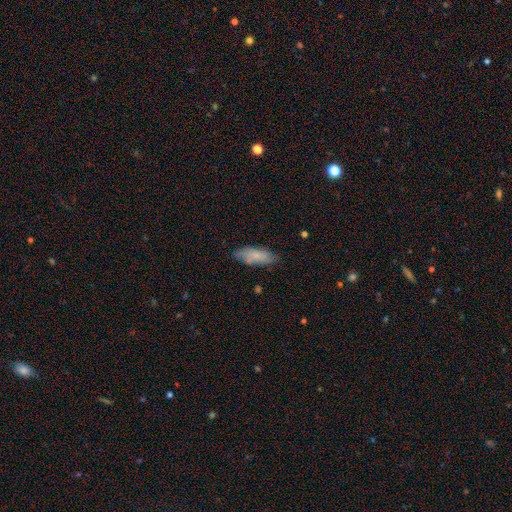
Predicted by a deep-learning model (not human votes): smooth 75%, featured or disk 19%, star or artifact 6%. Down the decision tree: how rounded — in between (71%); merging — none (75%).